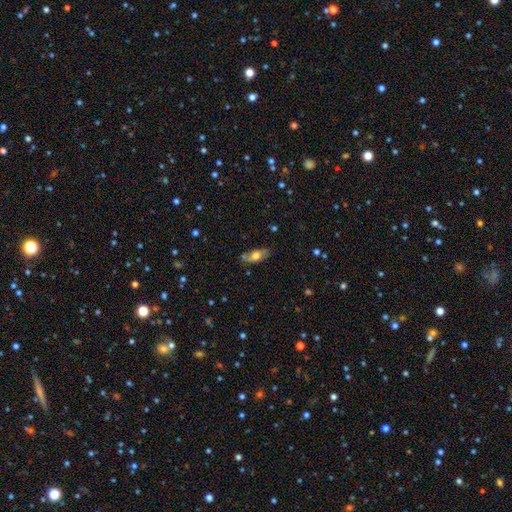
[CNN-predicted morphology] Q: Smooth or featured?
A: smooth (54%); runner-up: featured or disk (39%)
Q: How rounded?
A: in between (82%); runner-up: cigar-shaped (13%)
Q: Merging?
A: none (73%); runner-up: minor disturbance (19%)